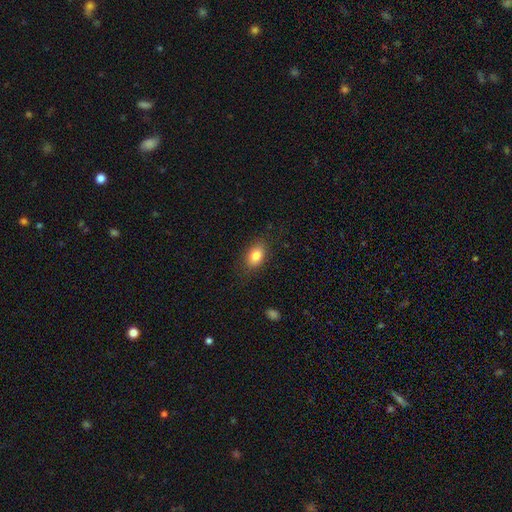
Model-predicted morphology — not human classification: Smooth or featured: smooth — 83% (featured or disk — 9%)
How rounded: in between — 82% (round — 17%)
Merging: none — 83% (minor disturbance — 12%)